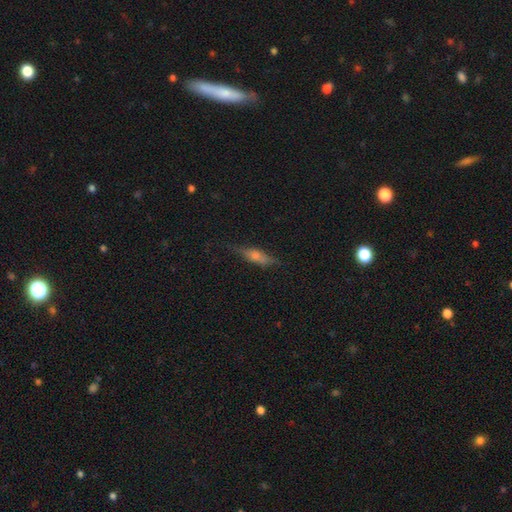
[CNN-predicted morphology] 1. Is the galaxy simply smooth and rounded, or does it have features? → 47% featured or disk, 43% smooth, 11% star or artifact.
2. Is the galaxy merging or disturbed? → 76% none, 18% minor disturbance, 5% major disturbance, 1% merger.